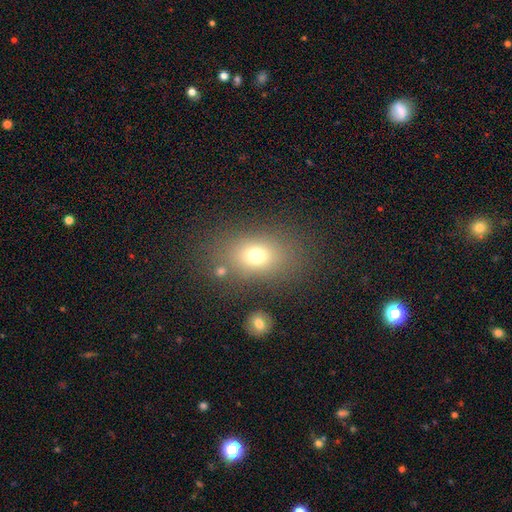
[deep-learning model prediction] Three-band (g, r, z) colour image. It shows a smooth galaxy with no disk features (72%) that is in between round and cigar-shaped (70%). Merging: none (75%).